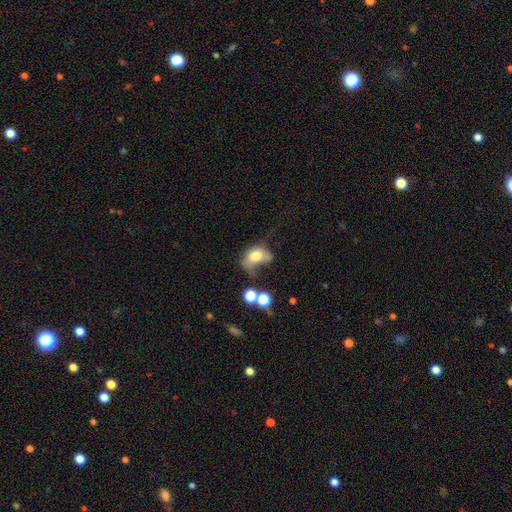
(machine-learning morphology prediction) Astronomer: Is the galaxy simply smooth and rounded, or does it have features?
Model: smooth — 65%.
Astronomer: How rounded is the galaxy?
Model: in between — 70%.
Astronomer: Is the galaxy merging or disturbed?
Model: major disturbance — 41% (runner-up: minor disturbance, 23%).